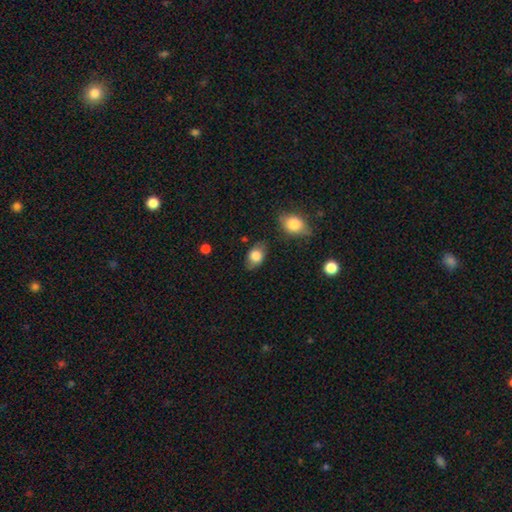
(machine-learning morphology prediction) A smooth galaxy with no disk features (79%) that is in between round and cigar-shaped (84%).

Vote fractions:
- Smooth or featured? smooth: 79% / featured or disk: 13% / star or artifact: 8%
- How rounded? in between: 84% / round: 15% / cigar-shaped: 2%
- Merging? none: 76% / minor disturbance: 17% / major disturbance: 4% / merger: 3%